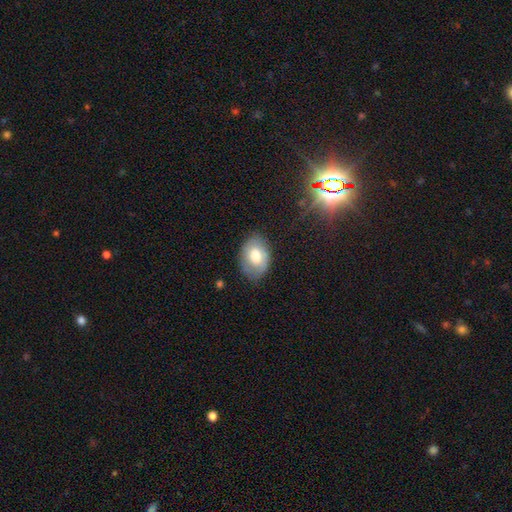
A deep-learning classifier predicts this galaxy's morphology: Smooth or featured? Predicted: smooth (p=0.67). How rounded? Predicted: in between (p=0.84). Merging? Predicted: none (p=0.74).